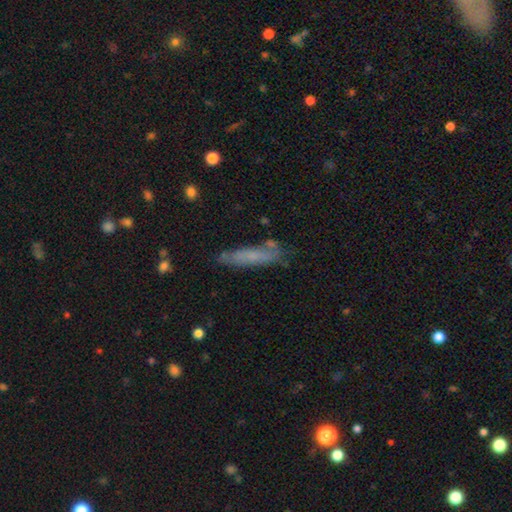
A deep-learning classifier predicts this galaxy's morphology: Smooth or featured? Predicted: smooth (p=0.58). How rounded? Predicted: cigar-shaped (p=0.80). Merging? Predicted: none (p=0.68).